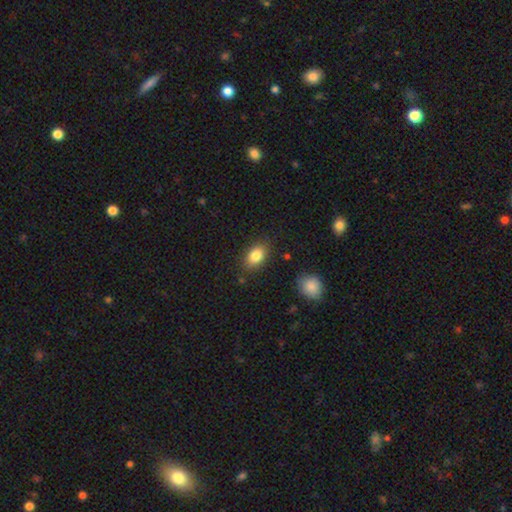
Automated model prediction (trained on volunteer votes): smooth-or-featured: smooth: 83% | star or artifact: 8% | featured or disk: 8%
  how-rounded: in between: 86% | round: 12% | cigar-shaped: 2%
  merging: none: 83% | minor disturbance: 12% | major disturbance: 3% | merger: 2%